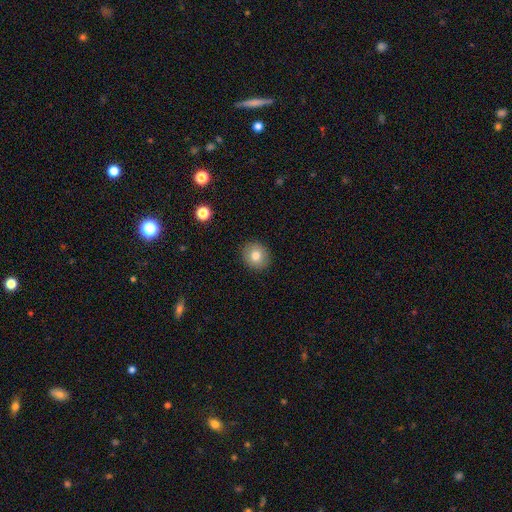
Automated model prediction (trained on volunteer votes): Smooth or featured?
  - smooth: 80% *
  - featured or disk: 11%
  - star or artifact: 10%
How rounded?
  - round: 78% *
  - in between: 21%
  - cigar-shaped: 1%
Merging?
  - none: 91% *
  - minor disturbance: 6%
  - major disturbance: 2%
  - merger: 1%